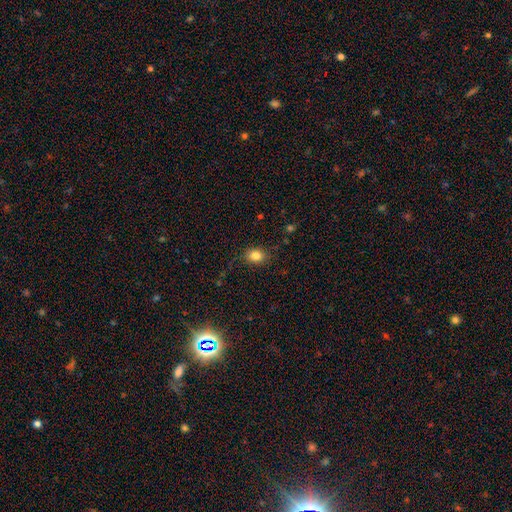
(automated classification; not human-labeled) Morphology: type=smooth (82%); roundness=in between (52%); merging=none (82%).